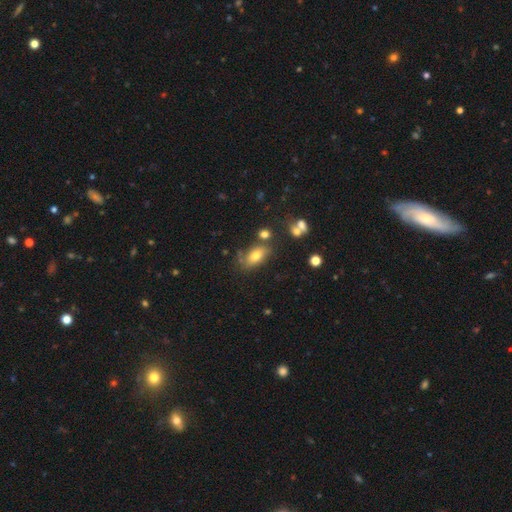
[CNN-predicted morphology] Smooth or featured? Predicted: smooth (p=0.74). How rounded? Predicted: in between (p=0.85). Merging? Predicted: none (p=0.69).